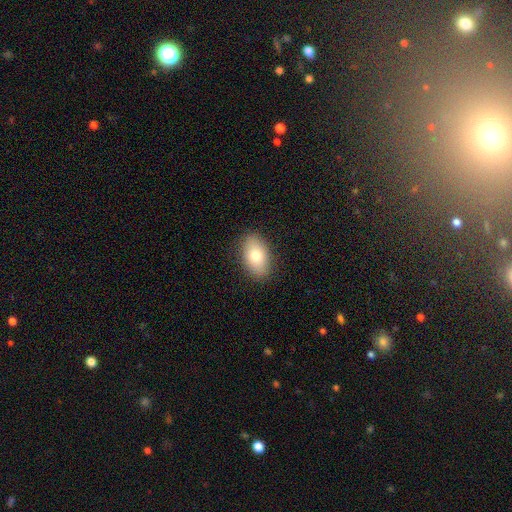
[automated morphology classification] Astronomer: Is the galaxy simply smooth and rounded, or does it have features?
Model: smooth — 78%.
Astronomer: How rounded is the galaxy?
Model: in between — 91%.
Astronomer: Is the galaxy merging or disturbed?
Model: none — 88%.